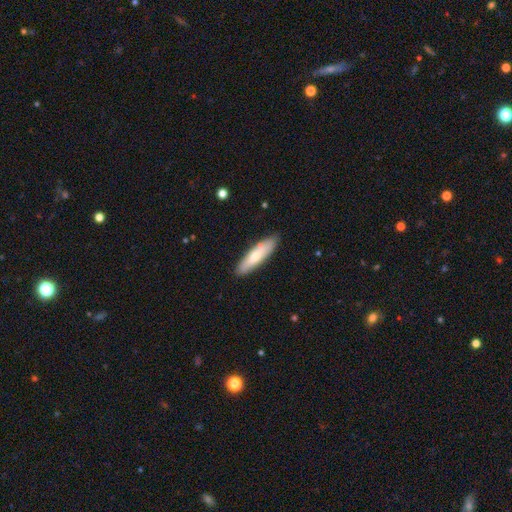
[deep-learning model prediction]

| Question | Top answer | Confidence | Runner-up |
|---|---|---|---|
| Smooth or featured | smooth | 65% | featured or disk (29%) |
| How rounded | cigar-shaped | 70% | in between (29%) |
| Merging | none | 85% | minor disturbance (11%) |